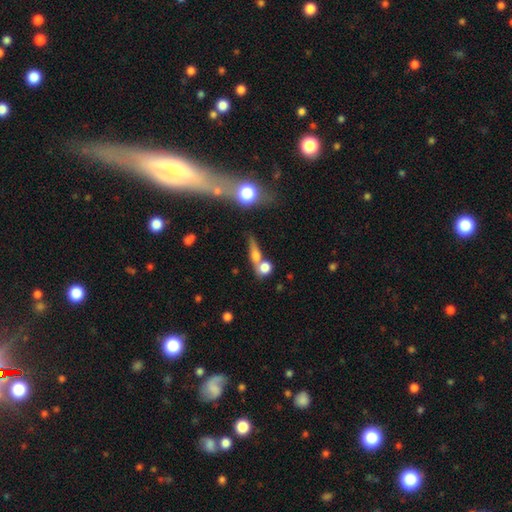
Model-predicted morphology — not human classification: A smooth galaxy with no disk features (63%) that is round (43%).

Vote fractions:
- Smooth or featured? smooth: 63% / featured or disk: 24% / star or artifact: 13%
- How rounded? round: 43% / cigar-shaped: 30% / in between: 27%
- Merging? none: 43% / merger: 39% / minor disturbance: 11% / major disturbance: 7%